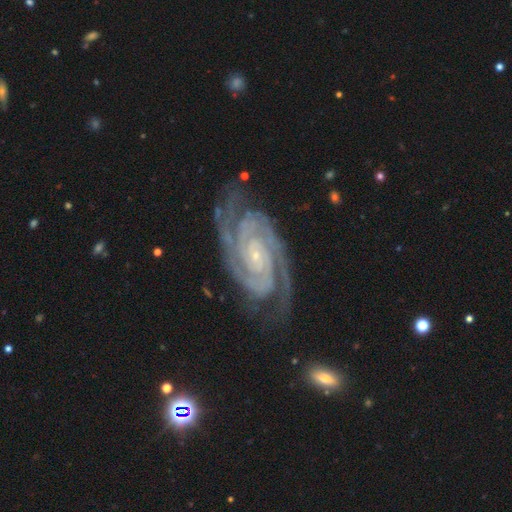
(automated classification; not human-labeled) Morphology: type=featured or disk (94%); edge-on=no (97%); bar=no (62%); spiral arms=yes (99%); winding=tight (78%); arm count=2 (66%); bulge=small (85%); merging=none (77%).